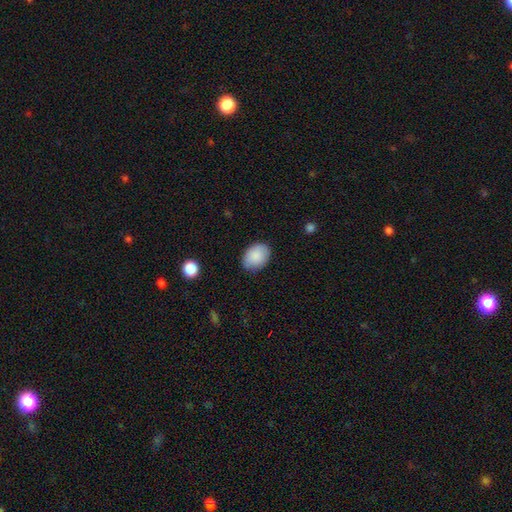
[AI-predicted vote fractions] This is clearly a smooth galaxy (88%). How rounded: likely in between (76%). Merging: clearly none (81%).